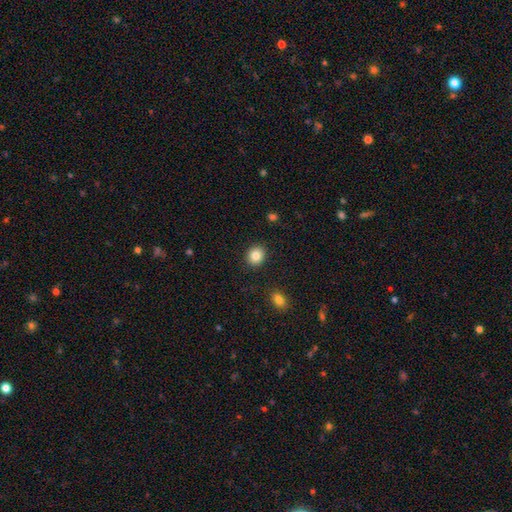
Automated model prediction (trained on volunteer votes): Smooth or featured? Predicted: smooth (p=0.84). How rounded? Predicted: round (p=0.73). Merging? Predicted: none (p=0.90).